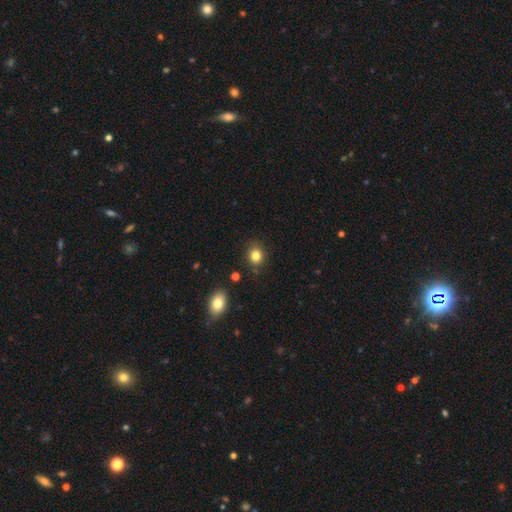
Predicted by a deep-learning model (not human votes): Morphology: type=smooth (83%); roundness=round (69%); merging=none (83%).